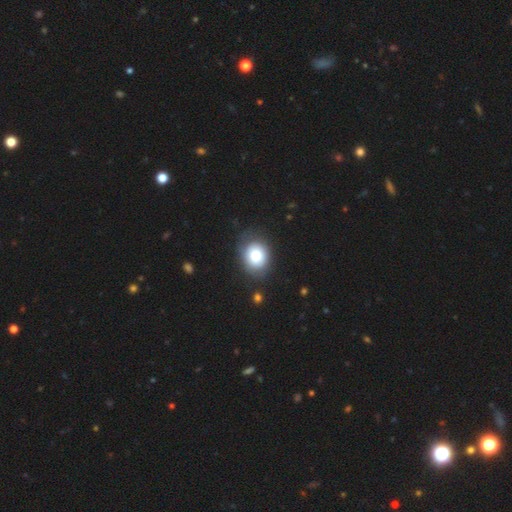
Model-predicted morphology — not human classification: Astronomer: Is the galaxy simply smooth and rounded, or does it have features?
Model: smooth — 73%.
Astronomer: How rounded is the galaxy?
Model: round — 57% (runner-up: in between, 42%).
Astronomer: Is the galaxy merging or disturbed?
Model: none — 75%.